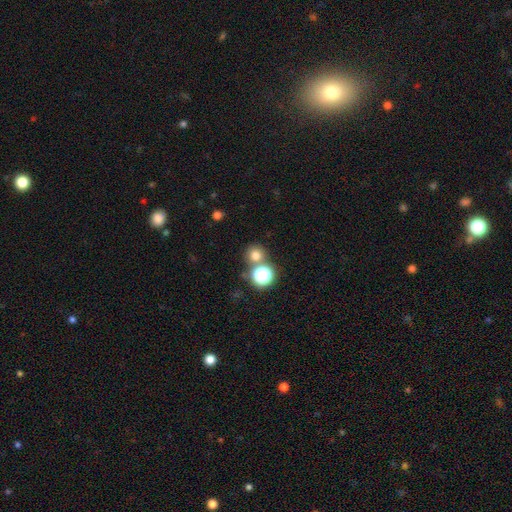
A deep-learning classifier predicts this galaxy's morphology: smooth 72%, star or artifact 21%, featured or disk 7%. Down the decision tree: how rounded — round (90%); merging — none (69%).